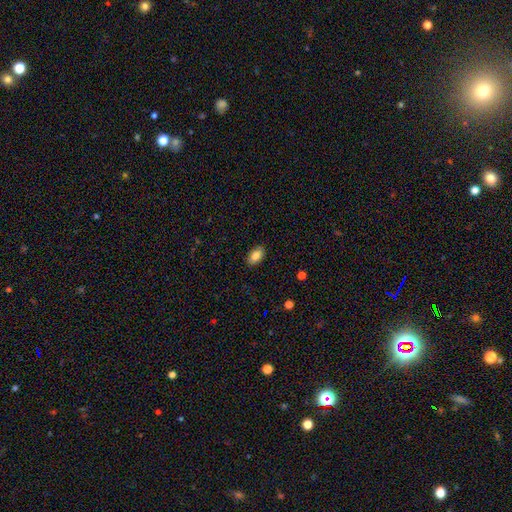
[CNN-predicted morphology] Q: Smooth or featured?
A: smooth (84%); runner-up: featured or disk (8%)
Q: How rounded?
A: in between (93%); runner-up: round (5%)
Q: Merging?
A: none (89%); runner-up: minor disturbance (8%)